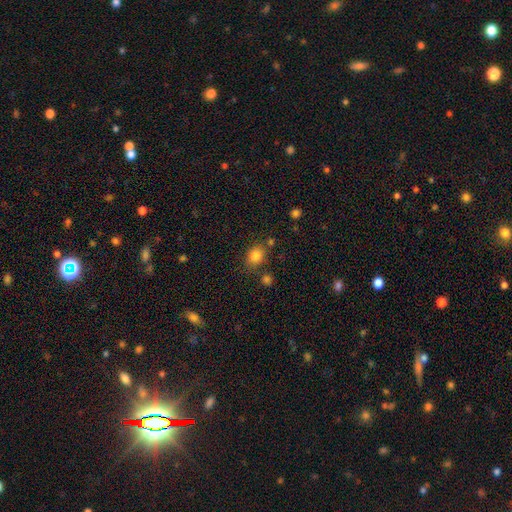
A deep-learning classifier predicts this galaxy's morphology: type=smooth (83%); roundness=in between (52%); merging=none (73%).